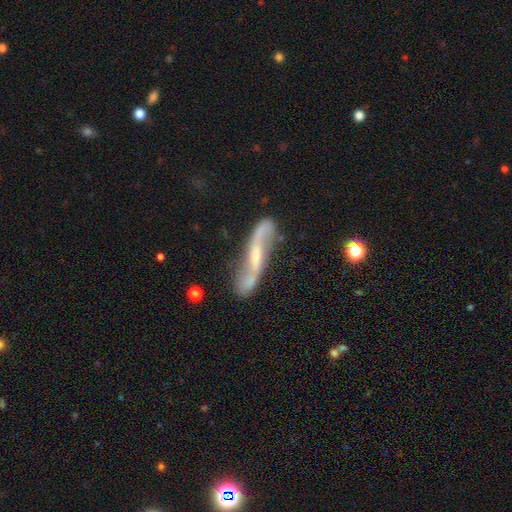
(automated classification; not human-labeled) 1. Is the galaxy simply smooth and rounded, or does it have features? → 82% featured or disk, 12% smooth, 6% star or artifact.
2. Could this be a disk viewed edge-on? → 79% no, 21% yes.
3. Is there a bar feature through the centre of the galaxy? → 39% weak, 31% strong, 30% no.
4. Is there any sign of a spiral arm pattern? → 94% yes, 6% no.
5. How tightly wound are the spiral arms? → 71% loose, 22% medium, 7% tight.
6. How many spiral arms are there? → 91% 2, 4% can't tell, 2% 1, 1% 3, 1% 4, 1% more than 4.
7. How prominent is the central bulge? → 46% small, 28% moderate, 21% none, 4% large, 1% dominant.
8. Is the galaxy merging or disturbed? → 70% none, 18% minor disturbance, 7% major disturbance, 5% merger.